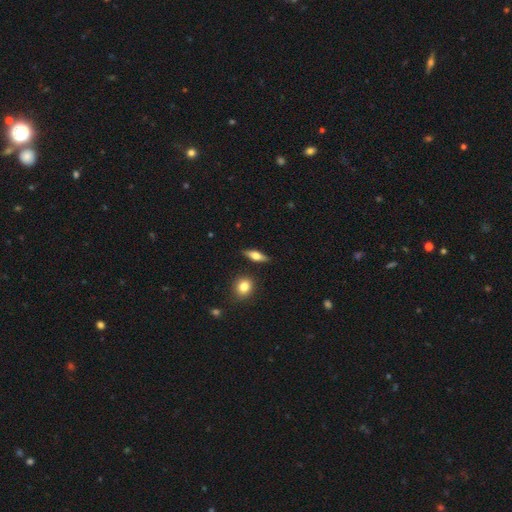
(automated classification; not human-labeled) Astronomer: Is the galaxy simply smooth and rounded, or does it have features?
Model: smooth — 51% (runner-up: featured or disk, 42%).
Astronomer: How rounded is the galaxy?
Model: in between — 51% (runner-up: cigar-shaped, 43%).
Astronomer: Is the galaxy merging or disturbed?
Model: none — 86%.